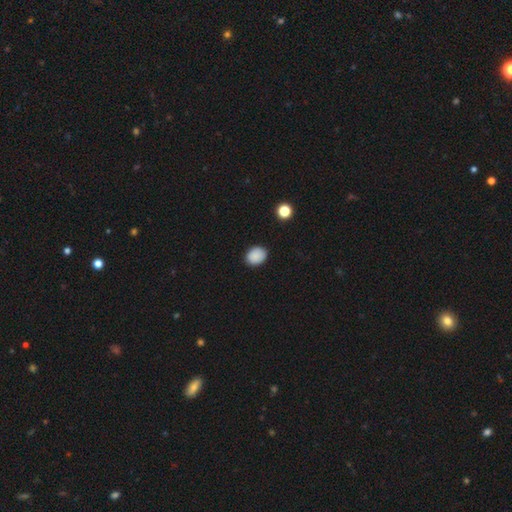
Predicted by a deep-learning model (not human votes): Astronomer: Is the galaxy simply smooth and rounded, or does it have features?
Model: smooth — 88%.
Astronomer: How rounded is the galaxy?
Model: in between — 55% (runner-up: round, 44%).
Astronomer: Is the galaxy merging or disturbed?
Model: none — 87%.